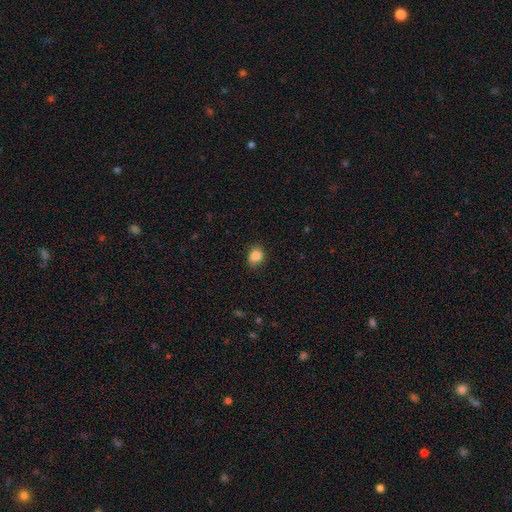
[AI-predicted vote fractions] smooth 86%, star or artifact 10%, featured or disk 4%. Down the decision tree: how rounded — in between (50%); merging — none (75%).